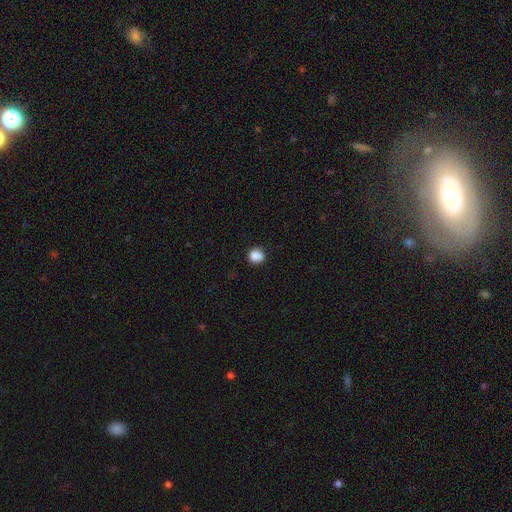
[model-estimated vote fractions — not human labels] Smooth or featured? Predicted: smooth (p=0.85). How rounded? Predicted: round (p=0.78). Merging? Predicted: none (p=0.72).